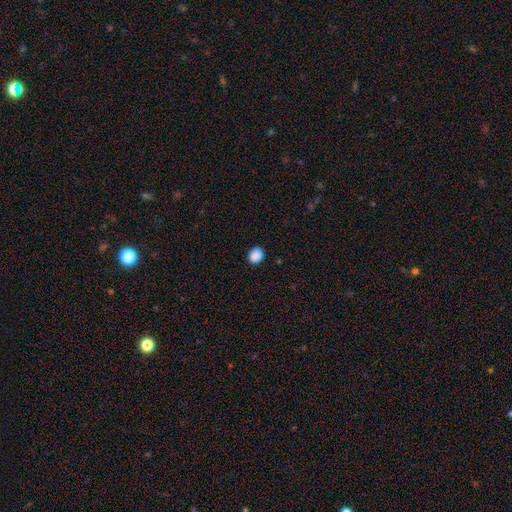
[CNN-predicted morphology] Q: Smooth or featured?
A: smooth (88%); runner-up: star or artifact (9%)
Q: How rounded?
A: round (76%); runner-up: in between (24%)
Q: Merging?
A: none (86%); runner-up: minor disturbance (11%)